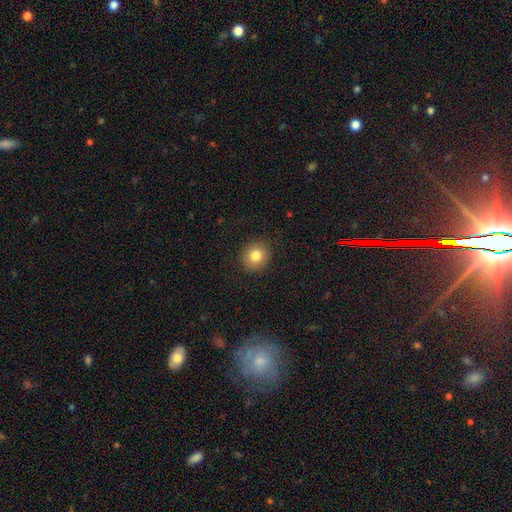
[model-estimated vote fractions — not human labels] This is clearly a smooth galaxy (82%). How rounded: clearly round (80%). Merging: clearly none (90%).